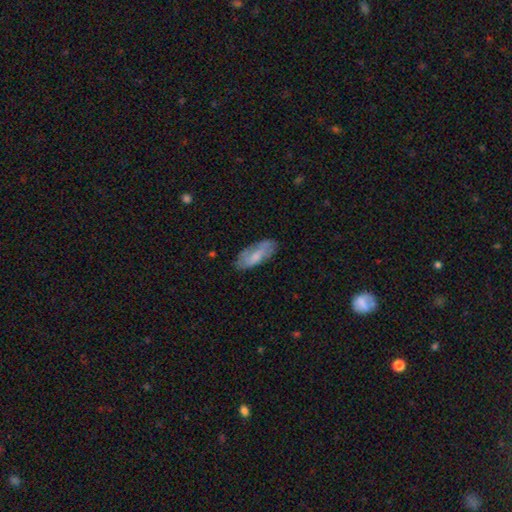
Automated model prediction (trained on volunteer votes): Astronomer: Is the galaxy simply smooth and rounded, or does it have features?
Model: smooth — 64%.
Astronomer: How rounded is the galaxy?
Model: in between — 77%.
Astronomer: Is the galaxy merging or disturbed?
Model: none — 69%.